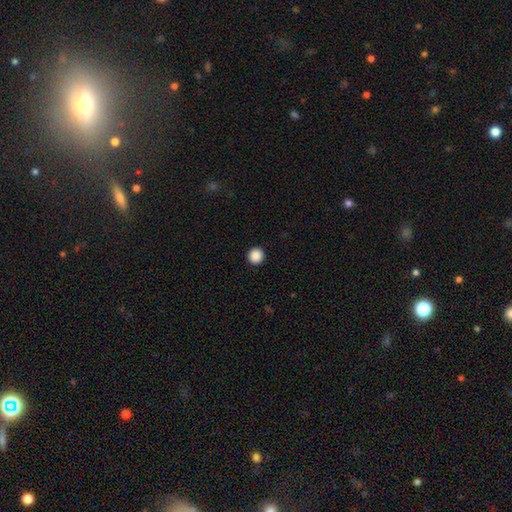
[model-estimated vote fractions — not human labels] Overall: smooth (88%). How rounded: round (95%). Merging: none (94%).